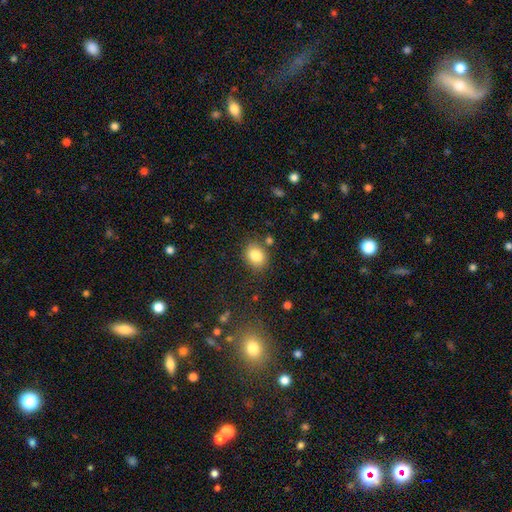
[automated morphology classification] type=smooth (83%); roundness=round (56%); merging=none (79%).